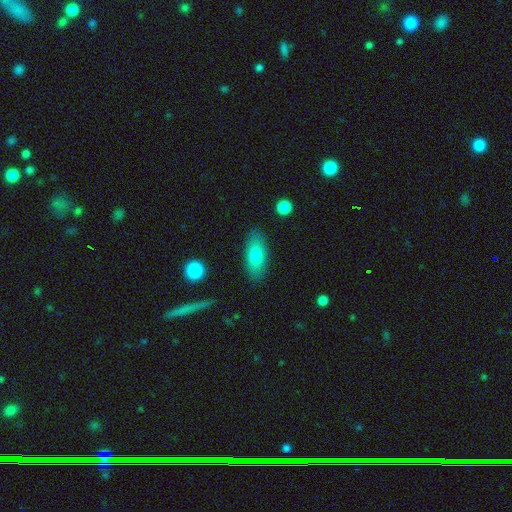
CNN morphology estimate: smooth_or_featured: smooth (p=0.76) [alt: featured or disk p=0.17]
how_rounded: in between (p=0.80) [alt: cigar-shaped p=0.17]
merging: none (p=0.85) [alt: minor disturbance p=0.11]